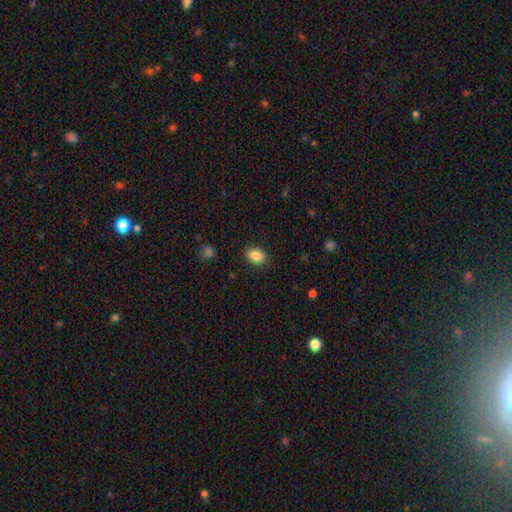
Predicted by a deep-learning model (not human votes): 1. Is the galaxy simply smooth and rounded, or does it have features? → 88% smooth, 8% star or artifact, 4% featured or disk.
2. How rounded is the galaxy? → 83% in between, 16% round, 1% cigar-shaped.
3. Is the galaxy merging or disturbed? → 88% none, 9% minor disturbance, 2% major disturbance, 1% merger.